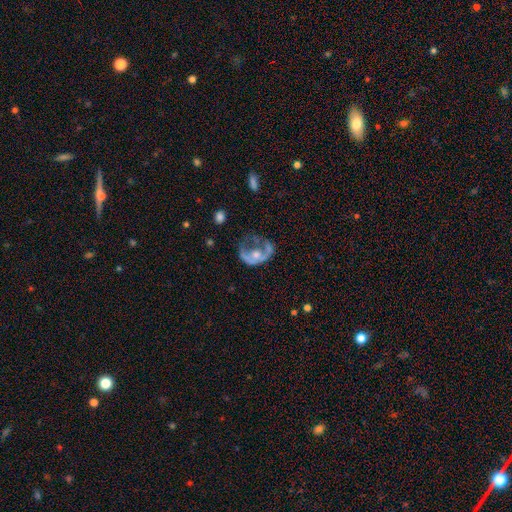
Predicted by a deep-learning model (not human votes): Smooth or featured?
  - featured or disk: 61% *
  - smooth: 31%
  - star or artifact: 8%
Edge-on disk?
  - no: 97% *
  - yes: 3%
Bar?
  - no: 82% *
  - weak: 14%
  - strong: 4%
Spiral arms?
  - no: 65% *
  - yes: 35%
Bulge size?
  - moderate: 50% *
  - small: 31%
  - none: 12%
  - large: 6%
  - dominant: 2%
Merging?
  - major disturbance: 53% *
  - none: 23%
  - minor disturbance: 18%
  - merger: 7%